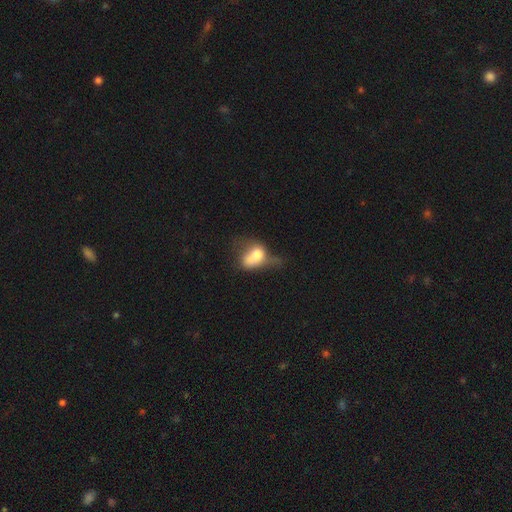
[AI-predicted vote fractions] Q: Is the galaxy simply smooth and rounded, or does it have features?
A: smooth — 63%.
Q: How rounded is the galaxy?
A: in between — 75%.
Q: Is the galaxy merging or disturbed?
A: major disturbance — 40%.